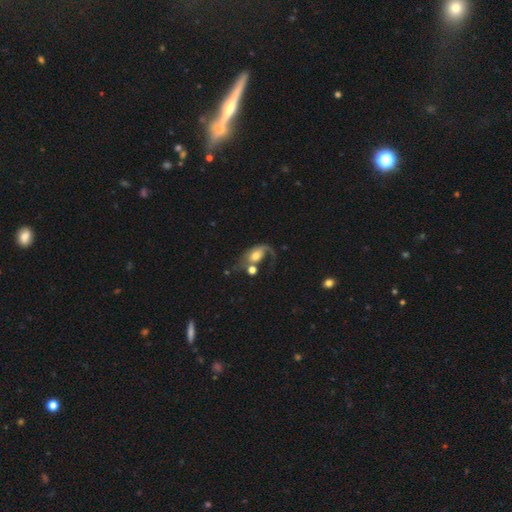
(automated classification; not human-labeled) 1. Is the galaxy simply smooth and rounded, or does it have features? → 56% featured or disk, 35% smooth, 9% star or artifact.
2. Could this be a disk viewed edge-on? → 95% no, 5% yes.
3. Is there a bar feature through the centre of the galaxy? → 70% no, 24% weak, 6% strong.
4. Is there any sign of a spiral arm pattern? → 78% yes, 22% no.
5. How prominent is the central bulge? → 54% moderate, 21% large, 18% small, 4% none, 4% dominant.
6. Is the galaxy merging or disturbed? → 39% major disturbance, 26% none, 21% merger, 14% minor disturbance.